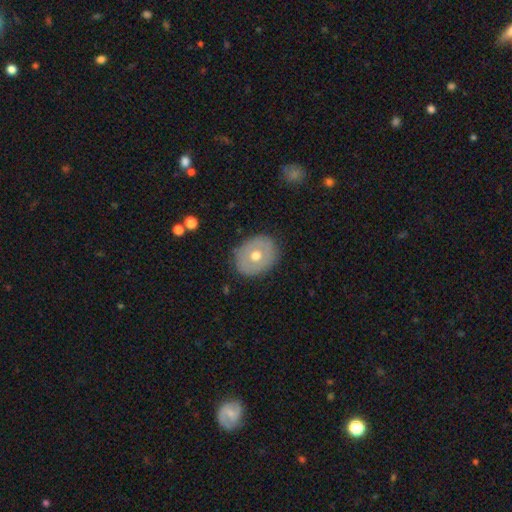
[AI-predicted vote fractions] A smooth galaxy with no disk features (54%) that is round (50%). Merging: none (86%).